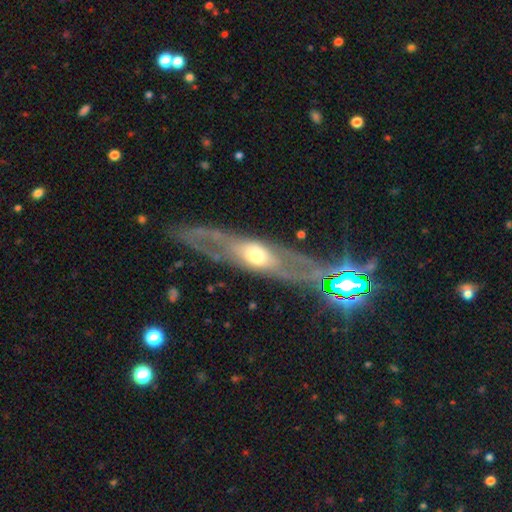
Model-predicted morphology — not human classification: This is likely a featured or disk galaxy (73%). It is possibly not viewed edge-on (59%). Merging: likely none (69%).